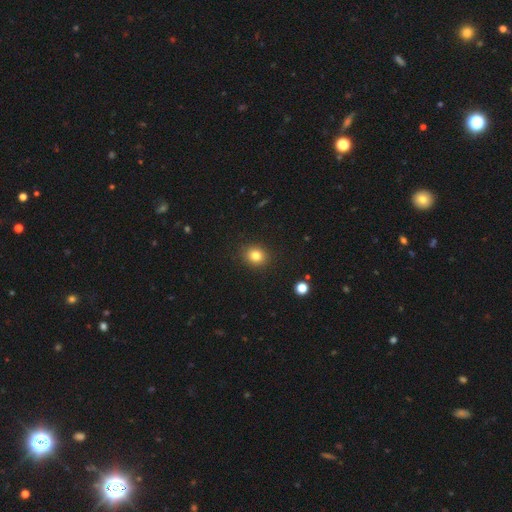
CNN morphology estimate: Smooth or featured?
  - smooth: 81% *
  - star or artifact: 12%
  - featured or disk: 7%
How rounded?
  - round: 73% *
  - in between: 26%
  - cigar-shaped: 1%
Merging?
  - none: 90% *
  - minor disturbance: 6%
  - major disturbance: 2%
  - merger: 1%